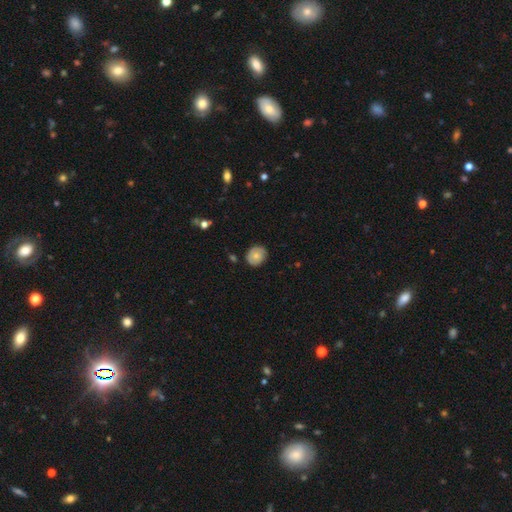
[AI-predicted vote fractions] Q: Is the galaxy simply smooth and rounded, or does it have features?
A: smooth — 65%.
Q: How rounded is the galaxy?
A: round — 76%.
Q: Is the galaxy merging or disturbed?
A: none — 82%.